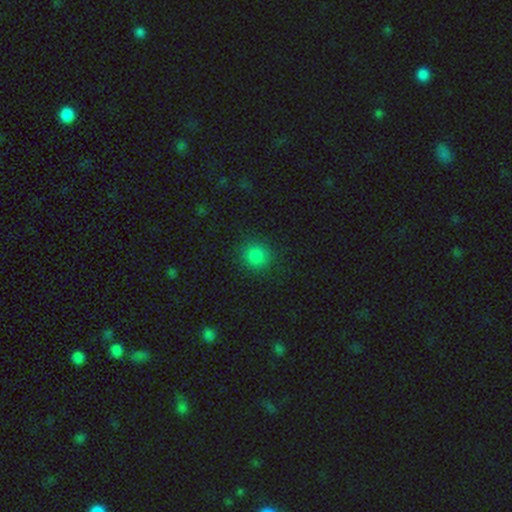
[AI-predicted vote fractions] Overall: smooth (83%). How rounded: round (90%). Merging: none (90%).